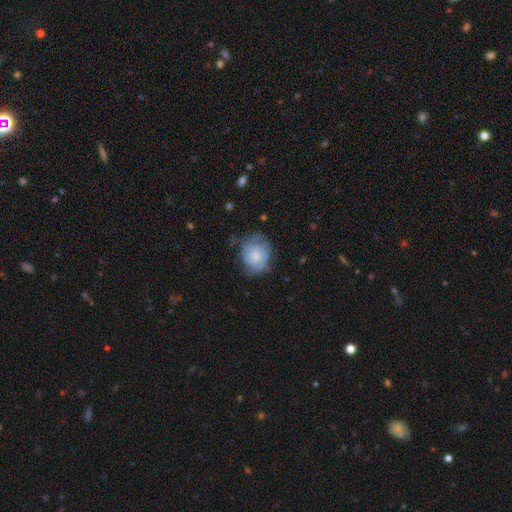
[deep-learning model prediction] Smooth or featured?
  - smooth: 69% *
  - featured or disk: 24%
  - star or artifact: 7%
How rounded?
  - round: 71% *
  - in between: 28%
  - cigar-shaped: 1%
Merging?
  - none: 56% *
  - minor disturbance: 30%
  - major disturbance: 12%
  - merger: 2%